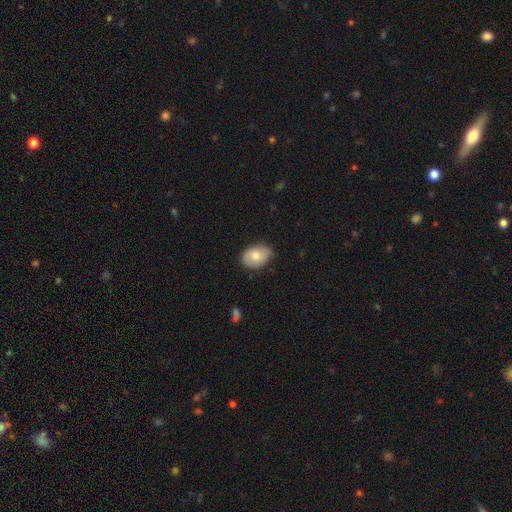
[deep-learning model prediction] Smooth or featured? Predicted: smooth (p=0.76). How rounded? Predicted: in between (p=0.81). Merging? Predicted: none (p=0.74).